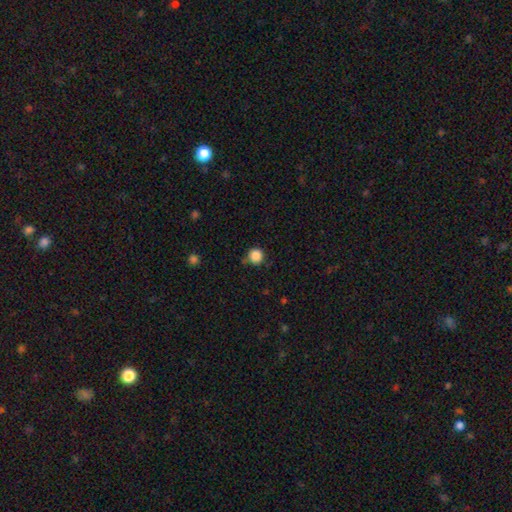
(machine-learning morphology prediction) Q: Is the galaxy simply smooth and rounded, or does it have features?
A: smooth — 86%.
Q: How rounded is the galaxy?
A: round — 94%.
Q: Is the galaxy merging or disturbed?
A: none — 77%.